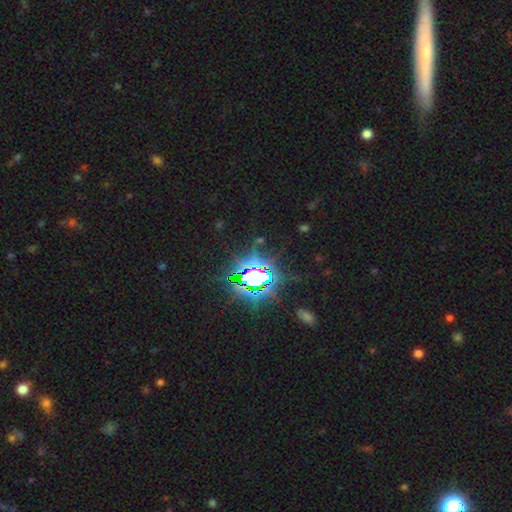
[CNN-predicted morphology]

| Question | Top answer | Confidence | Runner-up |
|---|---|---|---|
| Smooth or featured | star or artifact | 79% | smooth (12%) |